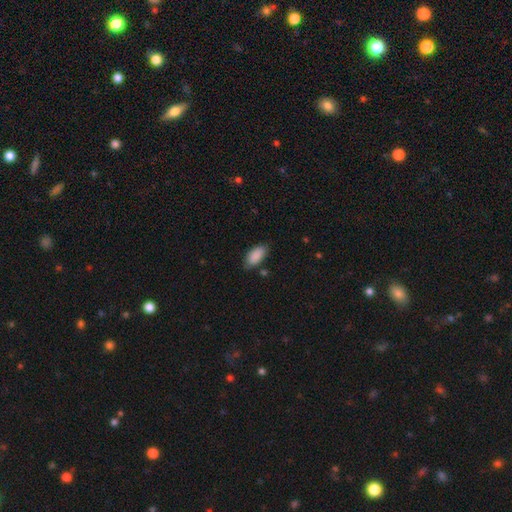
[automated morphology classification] smooth-or-featured: smooth: 89% | star or artifact: 7% | featured or disk: 4%
  how-rounded: in between: 92% | cigar-shaped: 6% | round: 2%
  merging: none: 78% | minor disturbance: 17% | major disturbance: 3% | merger: 2%